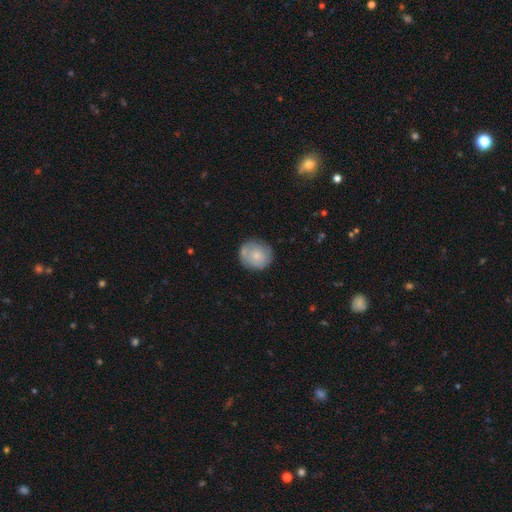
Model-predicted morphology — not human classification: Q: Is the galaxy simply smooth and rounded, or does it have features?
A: smooth — 69%.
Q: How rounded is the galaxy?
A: round — 86%.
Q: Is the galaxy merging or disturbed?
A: none — 69%.